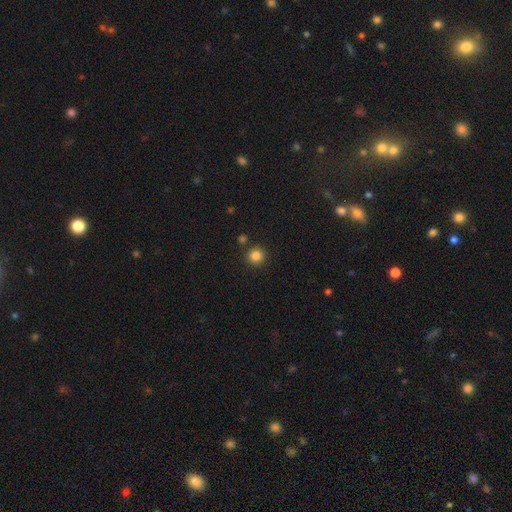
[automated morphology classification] smooth_or_featured: smooth (p=0.85) [alt: star or artifact p=0.12]
how_rounded: round (p=0.94) [alt: in between p=0.05]
merging: none (p=0.86) [alt: minor disturbance p=0.06]